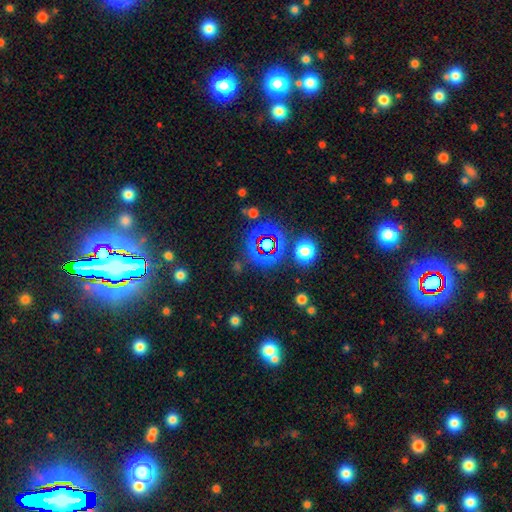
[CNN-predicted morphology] Q: Smooth or featured?
A: star or artifact (76%); runner-up: smooth (13%)